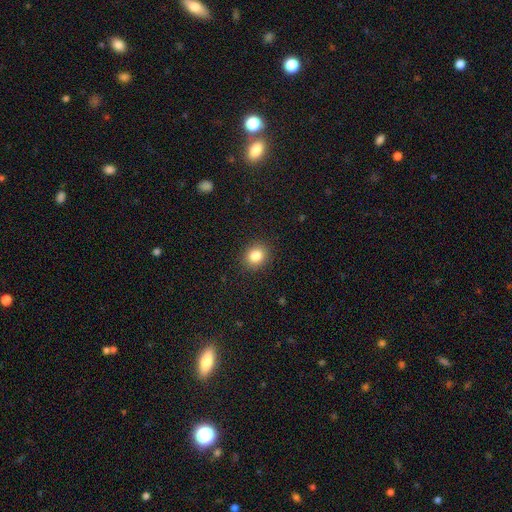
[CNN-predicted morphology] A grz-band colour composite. It shows a smooth galaxy with no disk features (83%) that is round (69%). Merging: none (90%).